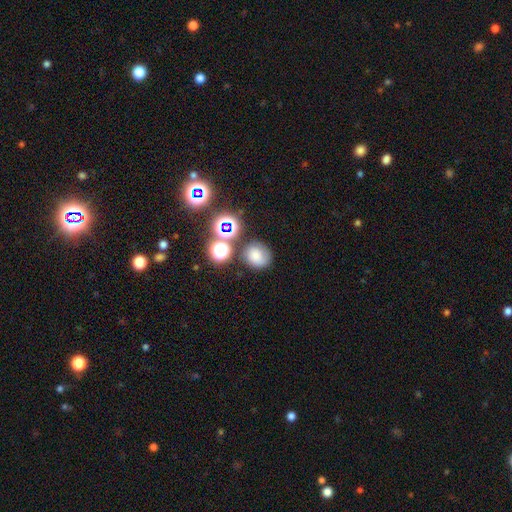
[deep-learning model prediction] Morphology: type=smooth (70%); roundness=round (73%); merging=none (68%).